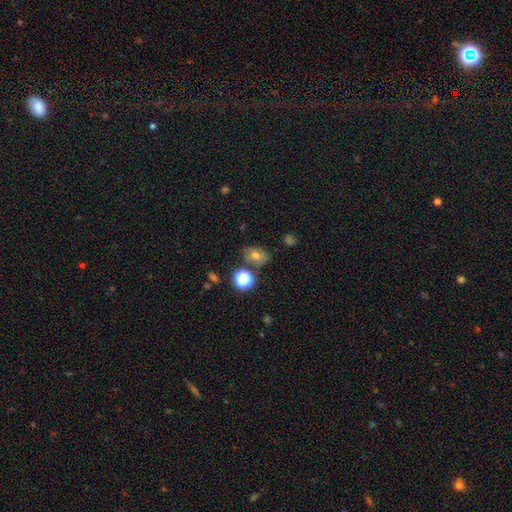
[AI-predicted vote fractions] Overall: smooth (61%; star or artifact 23%). How rounded: in between (59%; round 40%). Merging: none (75%).